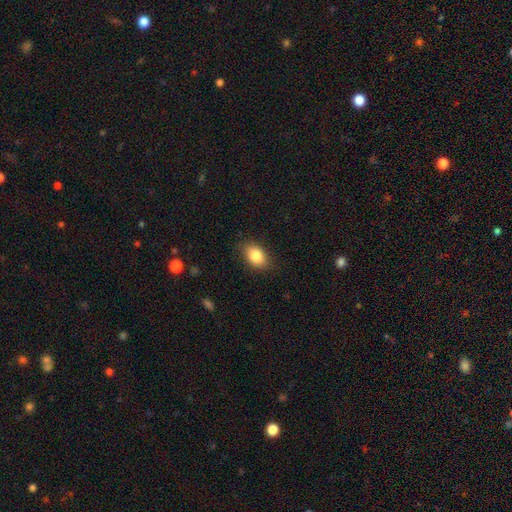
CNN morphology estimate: smooth-or-featured: smooth: 85% | star or artifact: 8% | featured or disk: 7%
  how-rounded: in between: 83% | round: 15% | cigar-shaped: 1%
  merging: none: 84% | minor disturbance: 12% | major disturbance: 3% | merger: 1%